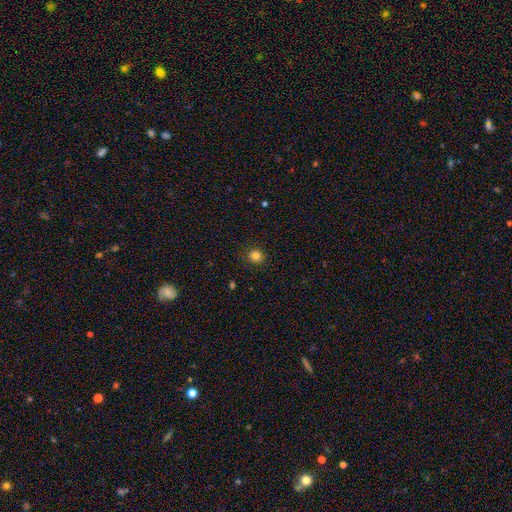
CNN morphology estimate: Q: Smooth or featured?
A: smooth (83%); runner-up: star or artifact (12%)
Q: How rounded?
A: round (85%); runner-up: in between (14%)
Q: Merging?
A: none (91%); runner-up: minor disturbance (6%)